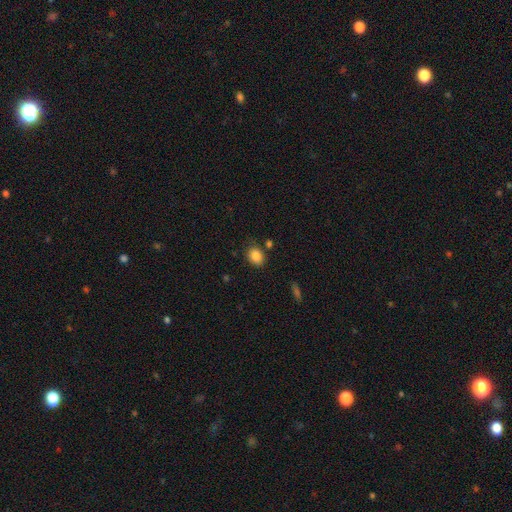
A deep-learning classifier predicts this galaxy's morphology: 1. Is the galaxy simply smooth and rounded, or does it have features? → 85% smooth, 9% star or artifact, 6% featured or disk.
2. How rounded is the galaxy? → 62% in between, 37% round, 1% cigar-shaped.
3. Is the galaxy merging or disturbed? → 80% none, 12% minor disturbance, 5% merger, 3% major disturbance.